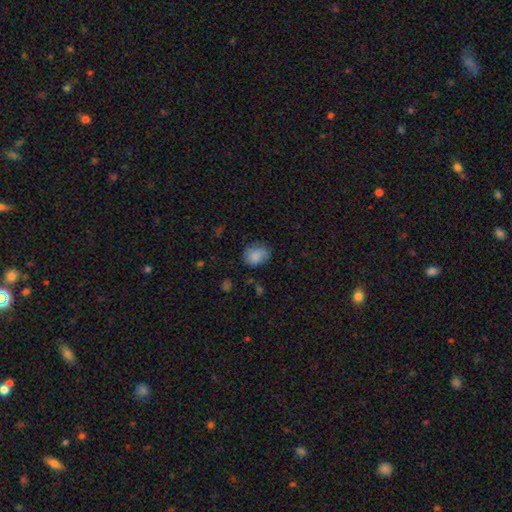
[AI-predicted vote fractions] Overall: smooth (83%). How rounded: in between (53%; round 46%). Merging: none (66%).